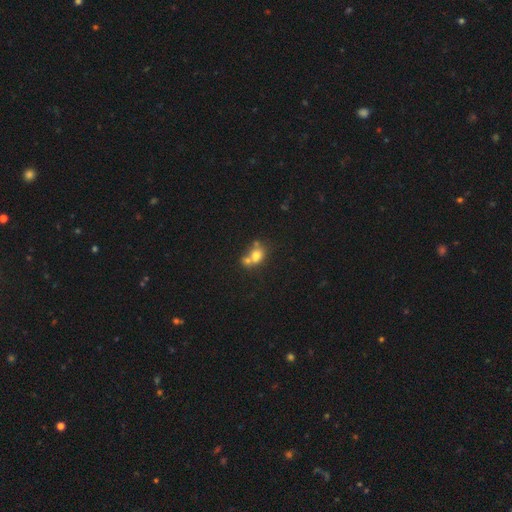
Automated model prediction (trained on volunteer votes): Smooth or featured?
  - smooth: 69% *
  - featured or disk: 18%
  - star or artifact: 13%
How rounded?
  - round: 50% *
  - in between: 48%
  - cigar-shaped: 2%
Merging?
  - merger: 57% *
  - none: 29%
  - minor disturbance: 10%
  - major disturbance: 5%